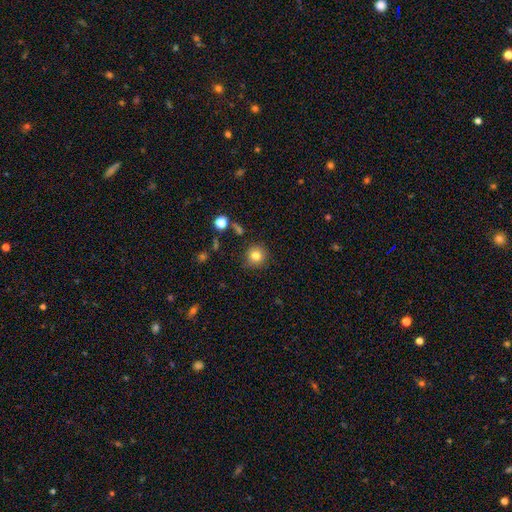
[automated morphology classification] Smooth or featured? smooth (80%)
How rounded? round (93%)
Merging? none (86%)